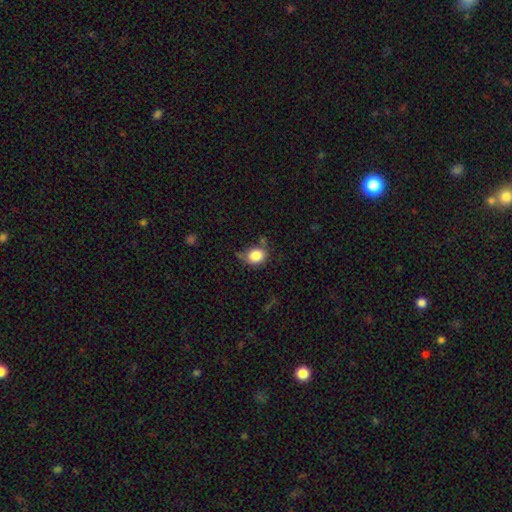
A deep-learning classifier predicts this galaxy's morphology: This appears to be a smooth galaxy with no disk features (84%) that is round (64%). Merging: none (58%).